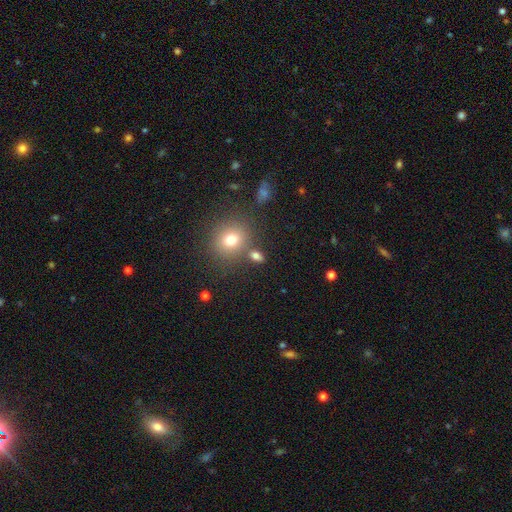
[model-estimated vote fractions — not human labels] The model was most divided on "how rounded": in between: 64%, round: 31%, cigar-shaped: 5%. More confident: smooth or featured — smooth (75%); merging — none (72%).